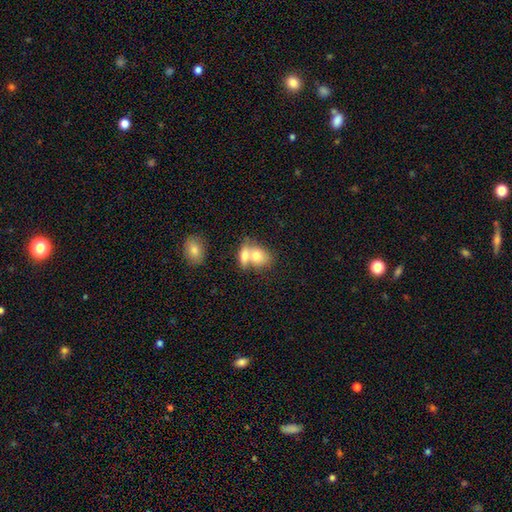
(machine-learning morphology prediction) This appears to be a smooth galaxy with no disk features (75%) that is in between round and cigar-shaped (68%). Merging: merger (67%).